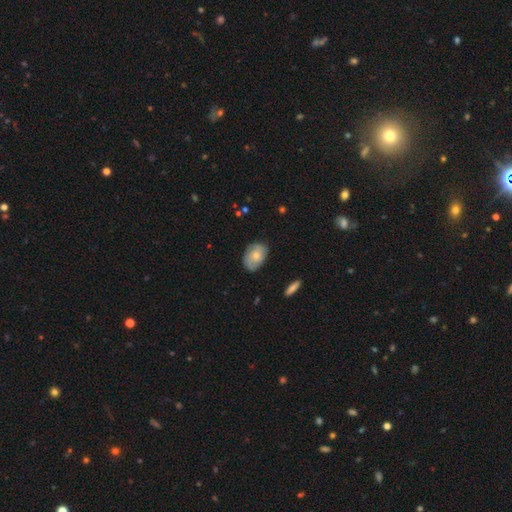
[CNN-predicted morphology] A smooth galaxy with no disk features (55%) that is in between round and cigar-shaped (80%). Merging: none (71%).